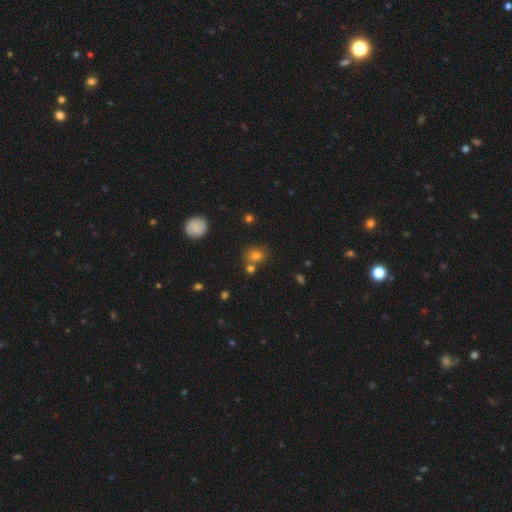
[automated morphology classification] This appears to be a smooth galaxy with no disk features (75%) that is round (65%). Merging: none (66%).